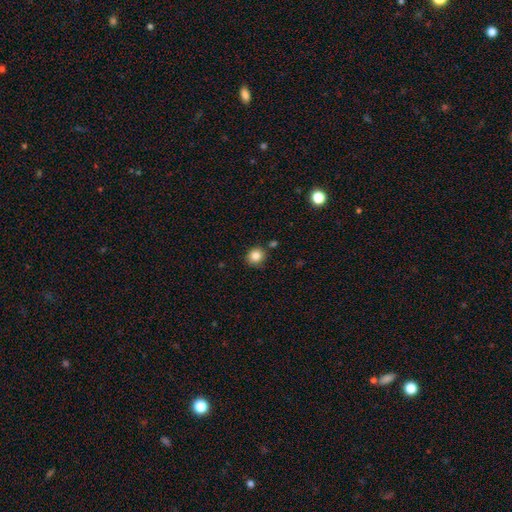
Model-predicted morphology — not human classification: Smooth or featured? Predicted: smooth (p=0.84). How rounded? Predicted: round (p=0.87). Merging? Predicted: none (p=0.81).